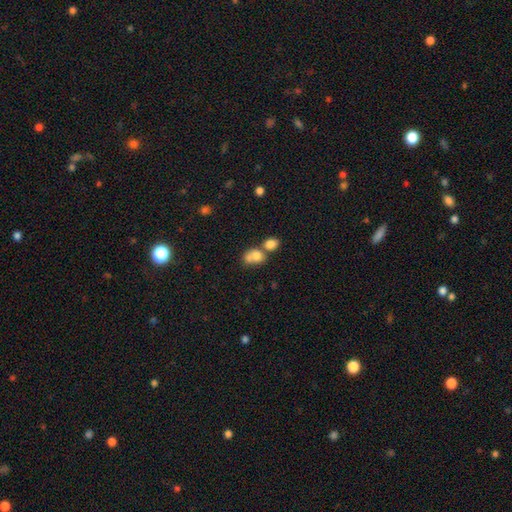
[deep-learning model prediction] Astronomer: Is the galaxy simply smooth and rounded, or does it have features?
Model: smooth — 77%.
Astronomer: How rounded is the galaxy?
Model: in between — 51% (runner-up: round, 47%).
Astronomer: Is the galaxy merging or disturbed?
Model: merger — 60%.